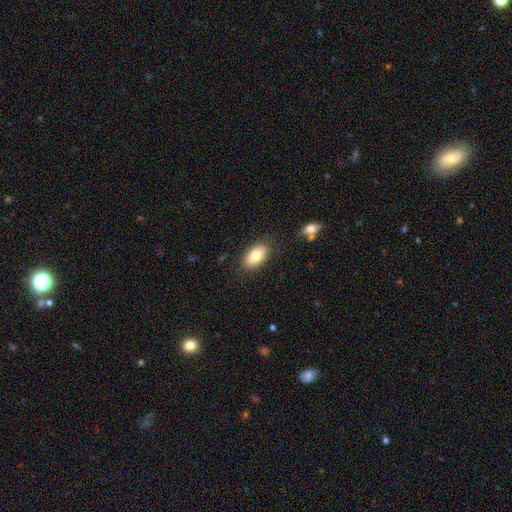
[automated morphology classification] Smooth or featured? smooth (83%)
How rounded? in between (93%)
Merging? none (84%)